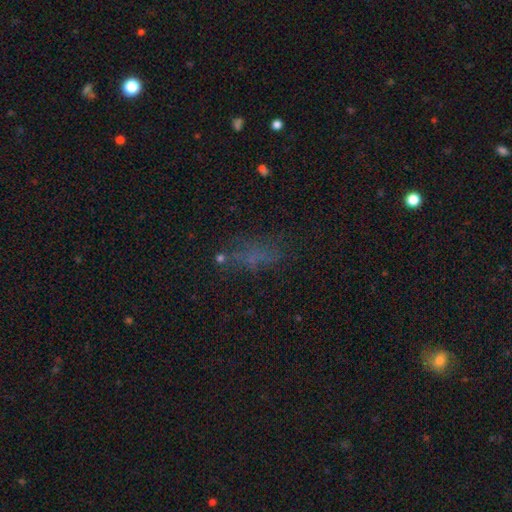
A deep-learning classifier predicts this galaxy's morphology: This appears to be a smooth galaxy with no disk features (50%) that is in between round and cigar-shaped (68%). Merging: none (55%).